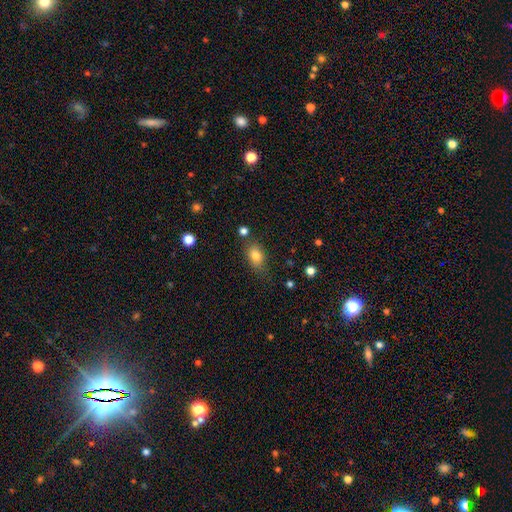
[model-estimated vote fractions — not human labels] Smooth or featured: smooth — 80% (featured or disk — 10%)
How rounded: in between — 79% (round — 18%)
Merging: none — 71% (minor disturbance — 18%)